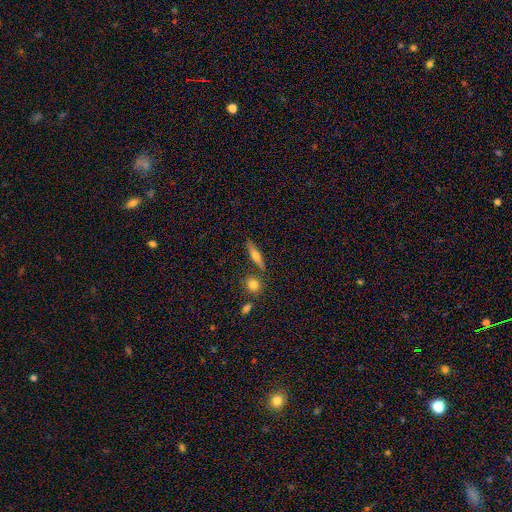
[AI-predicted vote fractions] The model was most divided on "smooth or featured": smooth: 48%, featured or disk: 44%, star or artifact: 7%. More confident: merging — none (80%).